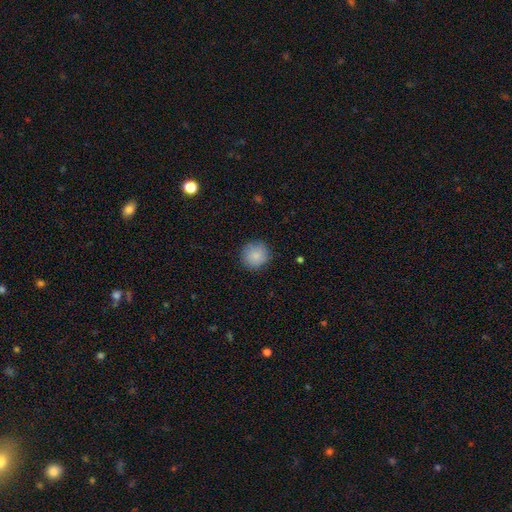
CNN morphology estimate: This appears to be a smooth galaxy with no disk features (87%) that is round (93%). Merging: none (87%).